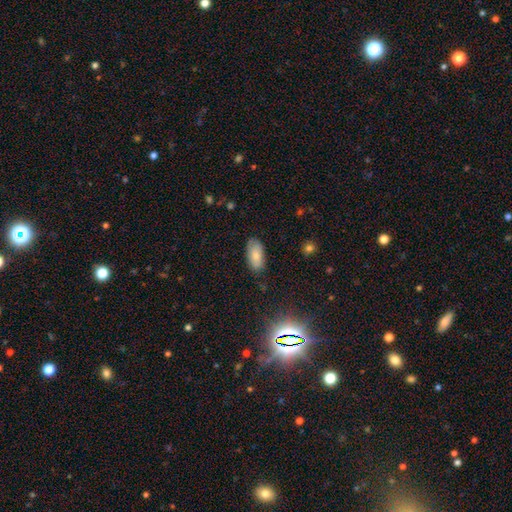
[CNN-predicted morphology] type=smooth (78%); roundness=in between (93%); merging=none (80%).